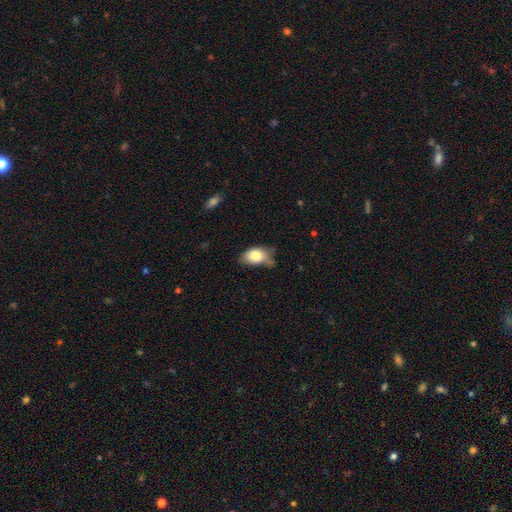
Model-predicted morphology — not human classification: The model was most divided on "merging": none: 43%, minor disturbance: 40%, major disturbance: 11%, merger: 6%. More confident: how rounded — in between (88%); smooth or featured — smooth (80%).